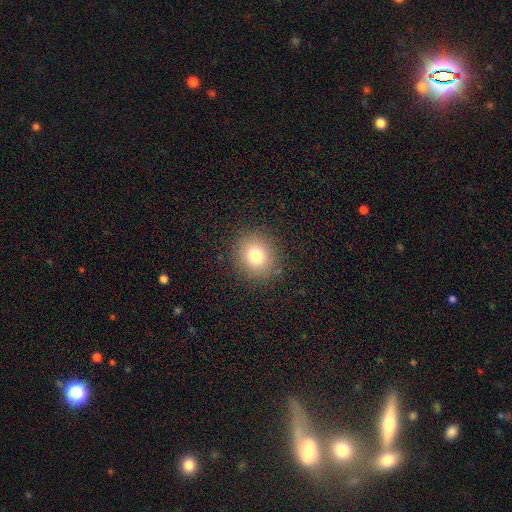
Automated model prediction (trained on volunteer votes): Smooth or featured?
  - smooth: 78% *
  - star or artifact: 12%
  - featured or disk: 10%
How rounded?
  - round: 82% *
  - in between: 17%
  - cigar-shaped: 1%
Merging?
  - none: 87% *
  - minor disturbance: 8%
  - major disturbance: 3%
  - merger: 1%